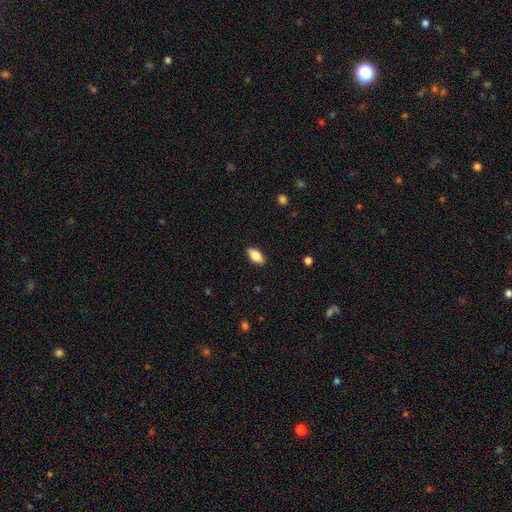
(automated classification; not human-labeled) Morphology: type=smooth (82%); roundness=in between (90%); merging=none (89%).